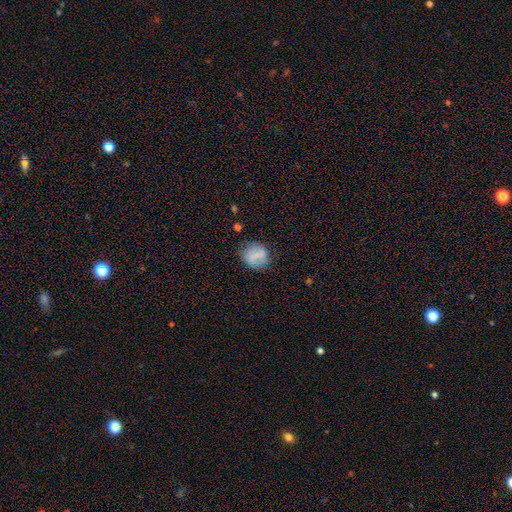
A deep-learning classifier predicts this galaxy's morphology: The model was most divided on "how rounded": round: 73%, in between: 25%, cigar-shaped: 1%. More confident: smooth or featured — smooth (72%); merging — none (71%).